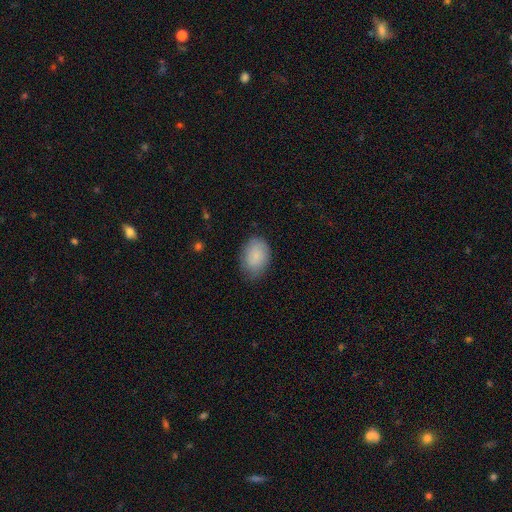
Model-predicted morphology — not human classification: type=smooth (82%); roundness=in between (83%); merging=none (75%).